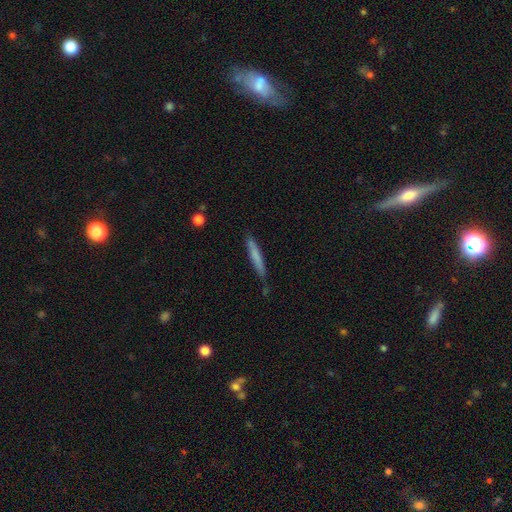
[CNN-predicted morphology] Smooth or featured?
  - smooth: 69% *
  - featured or disk: 25%
  - star or artifact: 6%
How rounded?
  - cigar-shaped: 95% *
  - in between: 4%
  - round: 1%
Merging?
  - none: 79% *
  - minor disturbance: 15%
  - major disturbance: 3%
  - merger: 3%